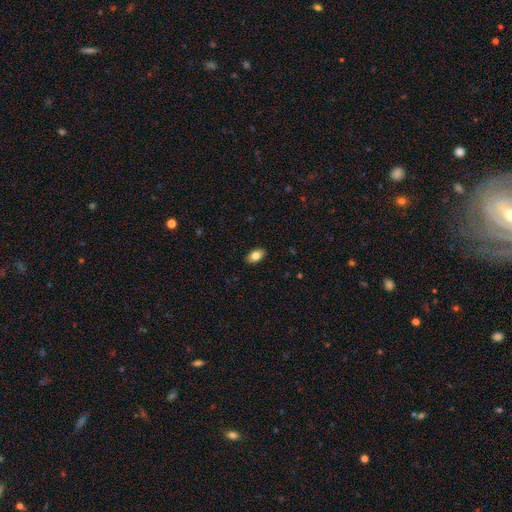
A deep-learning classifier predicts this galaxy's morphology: smooth 82%, featured or disk 10%, star or artifact 8%. Down the decision tree: how rounded — in between (91%); merging — none (89%).